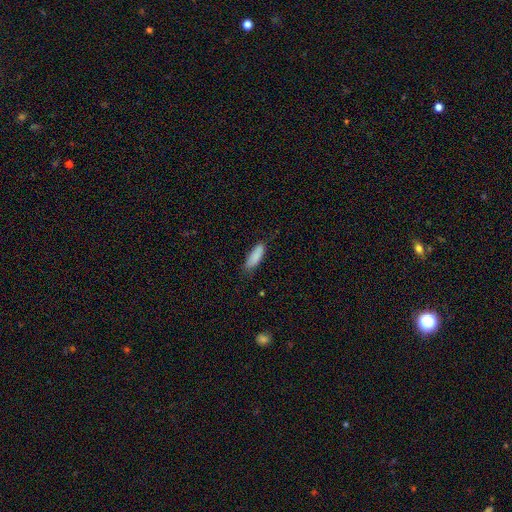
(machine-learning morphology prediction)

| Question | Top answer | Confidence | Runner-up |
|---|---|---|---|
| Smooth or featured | smooth | 88% | star or artifact (6%) |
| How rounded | in between | 55% | cigar-shaped (44%) |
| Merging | none | 78% | minor disturbance (18%) |